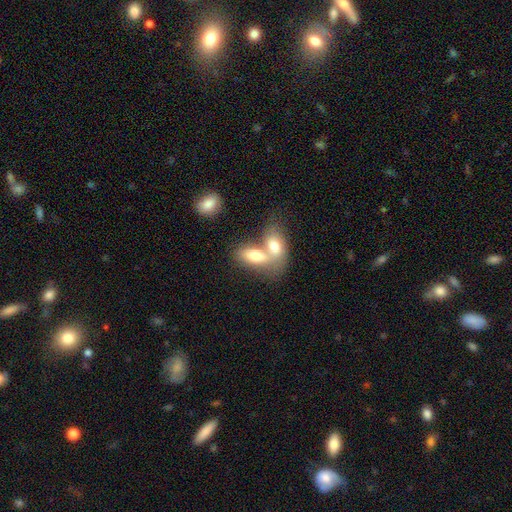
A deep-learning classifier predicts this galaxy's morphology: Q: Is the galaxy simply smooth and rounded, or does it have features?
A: smooth — 73%.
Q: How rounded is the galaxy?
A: in between — 87%.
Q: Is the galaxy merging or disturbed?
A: merger — 72%.